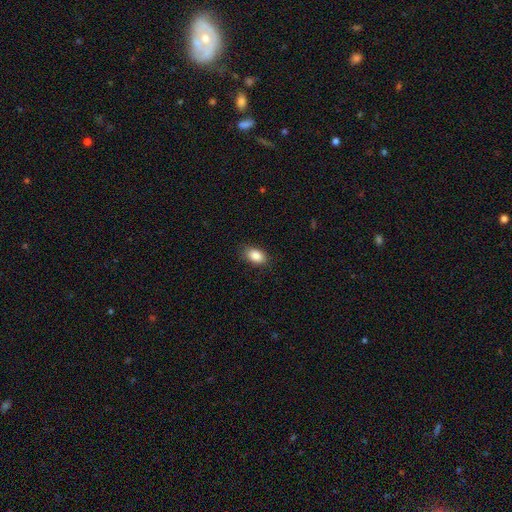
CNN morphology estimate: A smooth galaxy with no disk features (87%) that is in between round and cigar-shaped (88%).

Vote fractions:
- Smooth or featured? smooth: 87% / star or artifact: 8% / featured or disk: 5%
- How rounded? in between: 88% / round: 11% / cigar-shaped: 2%
- Merging? none: 82% / minor disturbance: 13% / major disturbance: 3% / merger: 1%